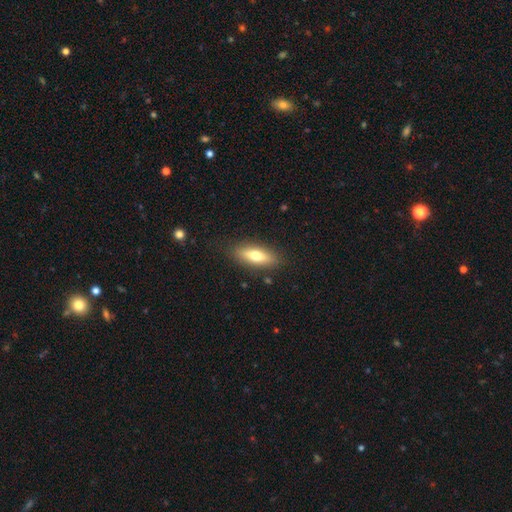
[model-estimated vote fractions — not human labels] The model was most divided on "how rounded": in between: 61%, cigar-shaped: 36%, round: 3%. More confident: merging — none (85%); smooth or featured — smooth (63%).